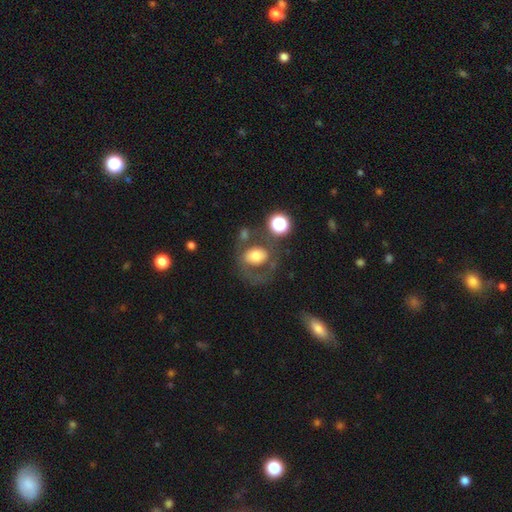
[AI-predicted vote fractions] A smooth galaxy with no disk features (57%) that is in between round and cigar-shaped (50%).

Vote fractions:
- Smooth or featured? smooth: 57% / featured or disk: 32% / star or artifact: 11%
- How rounded? in between: 50% / round: 49% / cigar-shaped: 1%
- Merging? none: 46% / major disturbance: 25% / minor disturbance: 18% / merger: 11%